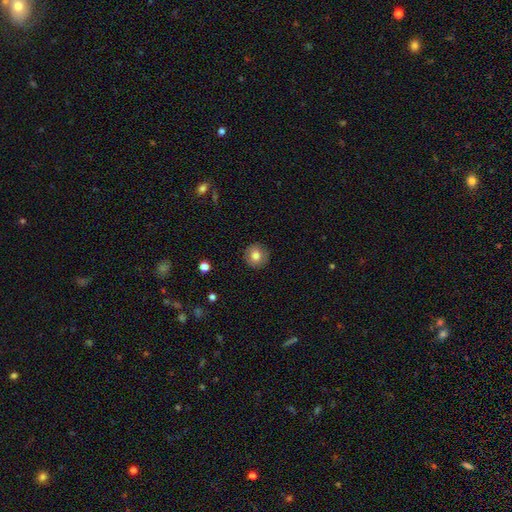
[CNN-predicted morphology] Q: Smooth or featured?
A: smooth (79%); runner-up: featured or disk (12%)
Q: How rounded?
A: round (93%); runner-up: in between (6%)
Q: Merging?
A: none (90%); runner-up: minor disturbance (7%)